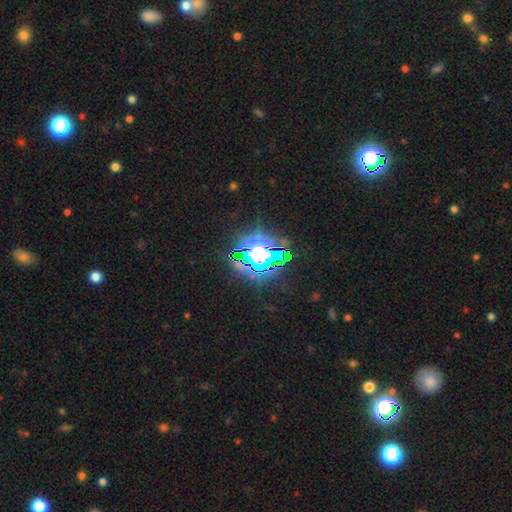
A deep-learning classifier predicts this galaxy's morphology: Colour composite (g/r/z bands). It shows a star or artifact, not a galaxy (71%).